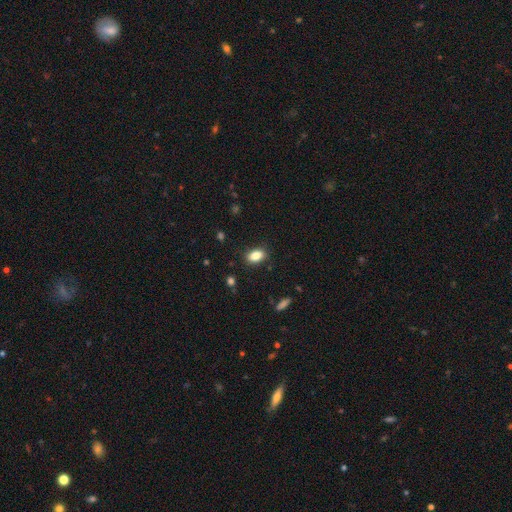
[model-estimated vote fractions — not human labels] Smooth or featured? Predicted: smooth (p=0.85). How rounded? Predicted: in between (p=0.88). Merging? Predicted: none (p=0.86).